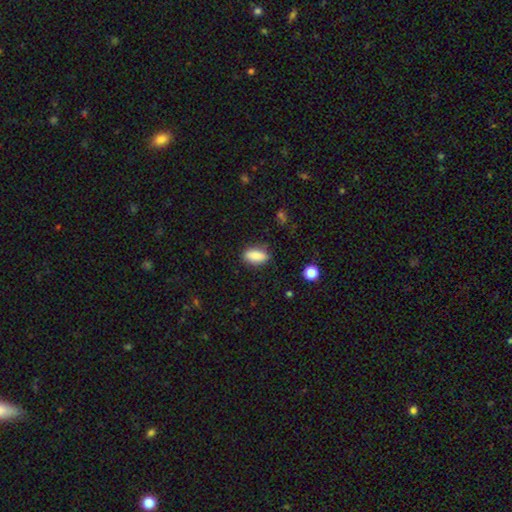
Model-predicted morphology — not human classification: Smooth or featured? smooth (86%)
How rounded? in between (85%)
Merging? none (81%)